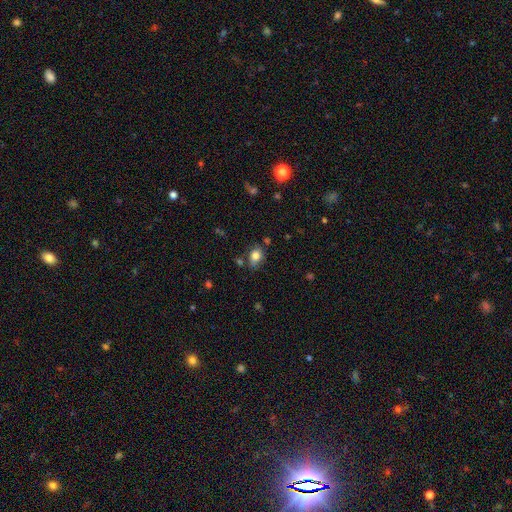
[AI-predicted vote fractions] A smooth galaxy with no disk features (80%) that is in between round and cigar-shaped (70%). Merging: none (70%).